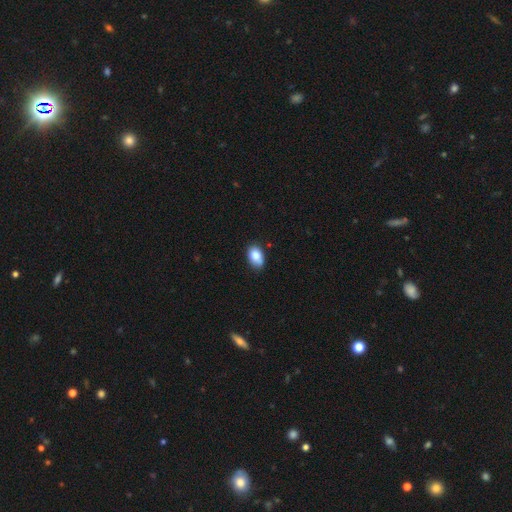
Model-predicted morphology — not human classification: Overall: smooth (84%). How rounded: in between (87%). Merging: none (69%).